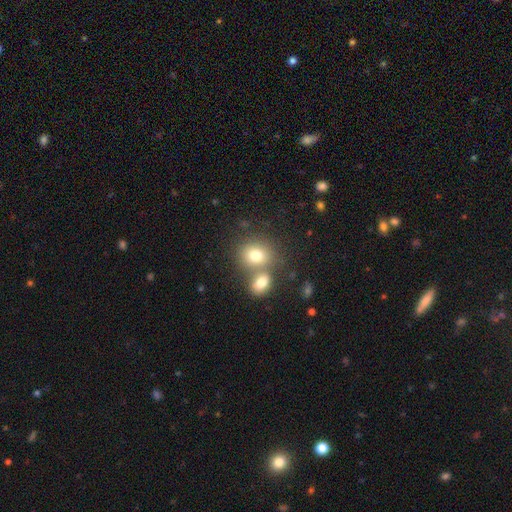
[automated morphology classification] Smooth or featured?
  - smooth: 77% *
  - featured or disk: 12%
  - star or artifact: 11%
How rounded?
  - round: 66% *
  - in between: 33%
  - cigar-shaped: 1%
Merging?
  - none: 46% *
  - merger: 43%
  - minor disturbance: 8%
  - major disturbance: 3%